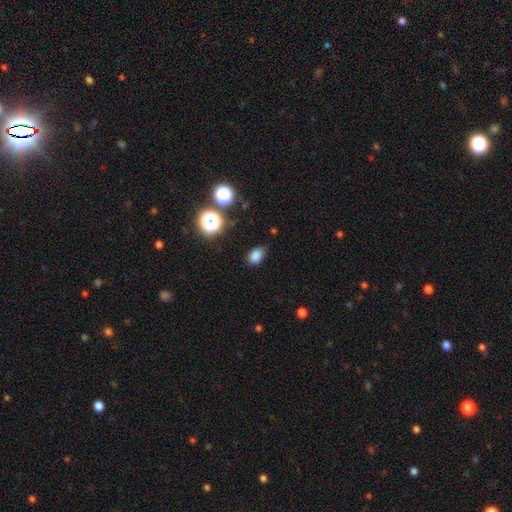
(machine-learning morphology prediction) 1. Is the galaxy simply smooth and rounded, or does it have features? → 80% smooth, 14% star or artifact, 5% featured or disk.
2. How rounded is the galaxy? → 73% in between, 26% round, 1% cigar-shaped.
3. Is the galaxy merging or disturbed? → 77% none, 17% minor disturbance, 4% major disturbance, 2% merger.